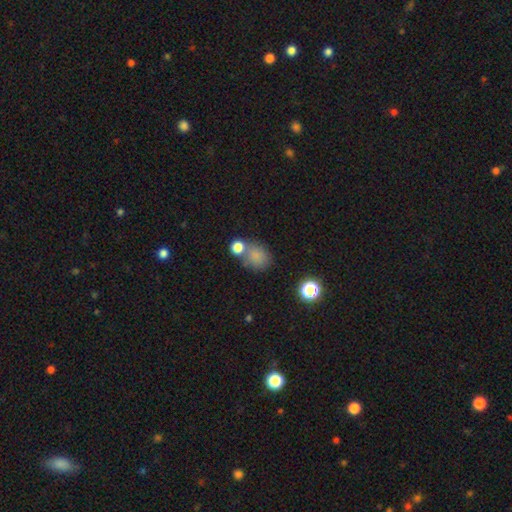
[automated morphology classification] smooth_or_featured: smooth (p=0.79) [alt: star or artifact p=0.13]
how_rounded: round (p=0.61) [alt: in between p=0.38]
merging: none (p=0.53) [alt: merger p=0.26]